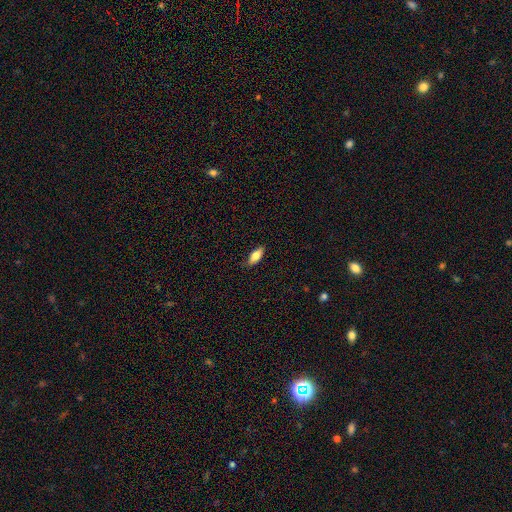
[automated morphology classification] type=smooth (71%); roundness=in between (74%); merging=none (85%).